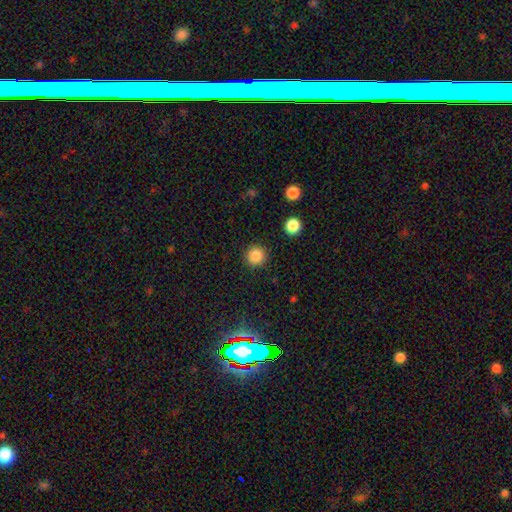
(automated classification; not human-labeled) Morphology: type=smooth (85%); roundness=round (94%); merging=none (90%).